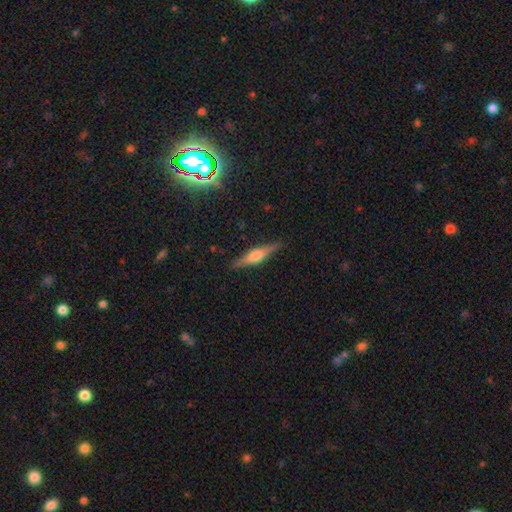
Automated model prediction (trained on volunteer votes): Smooth or featured: featured or disk — 64% (smooth — 29%)
Edge-on disk: yes — 97% (no — 3%)
Edge-on bulge: rounded — 79% (boxy — 15%)
Merging: none — 88% (minor disturbance — 9%)